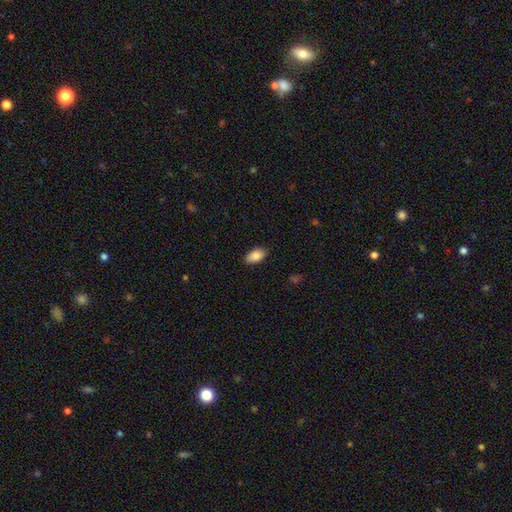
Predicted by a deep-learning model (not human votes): A smooth galaxy with no disk features (86%) that is in between round and cigar-shaped (93%). Merging: none (88%).